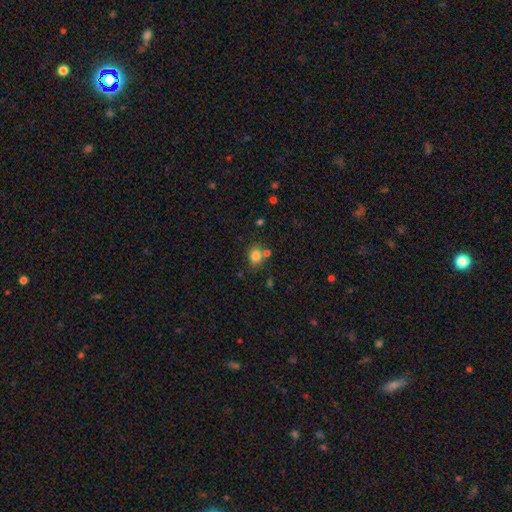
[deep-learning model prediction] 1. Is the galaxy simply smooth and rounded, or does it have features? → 81% smooth, 12% star or artifact, 7% featured or disk.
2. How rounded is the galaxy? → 62% round, 37% in between, 1% cigar-shaped.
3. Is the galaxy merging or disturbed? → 67% none, 17% merger, 12% minor disturbance, 4% major disturbance.